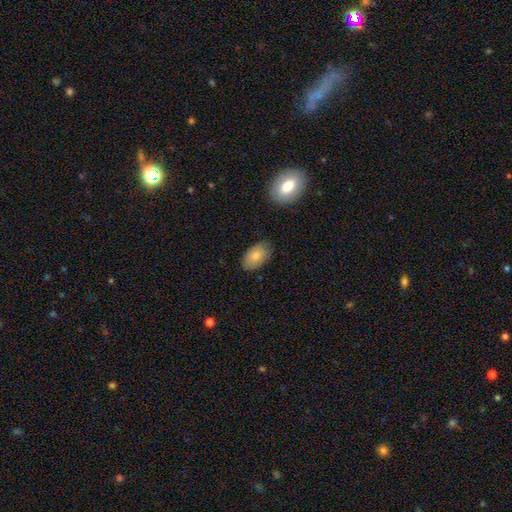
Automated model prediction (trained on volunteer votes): Smooth or featured?
  - smooth: 80% *
  - featured or disk: 13%
  - star or artifact: 7%
How rounded?
  - in between: 92% *
  - round: 6%
  - cigar-shaped: 1%
Merging?
  - none: 82% *
  - minor disturbance: 14%
  - major disturbance: 3%
  - merger: 1%